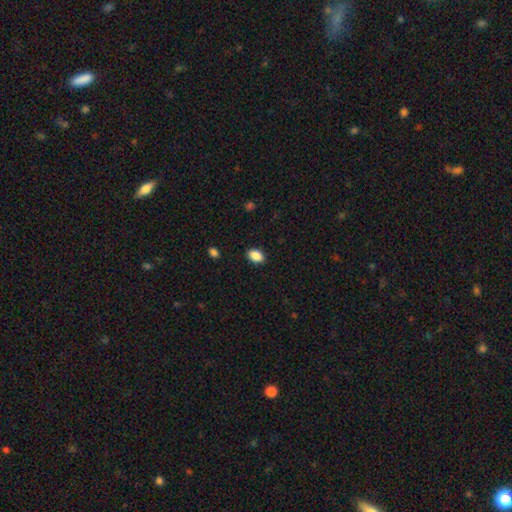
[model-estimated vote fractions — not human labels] smooth-or-featured: smooth: 89% | star or artifact: 8% | featured or disk: 3%
  how-rounded: in between: 87% | round: 12% | cigar-shaped: 1%
  merging: none: 89% | minor disturbance: 8% | major disturbance: 2% | merger: 1%